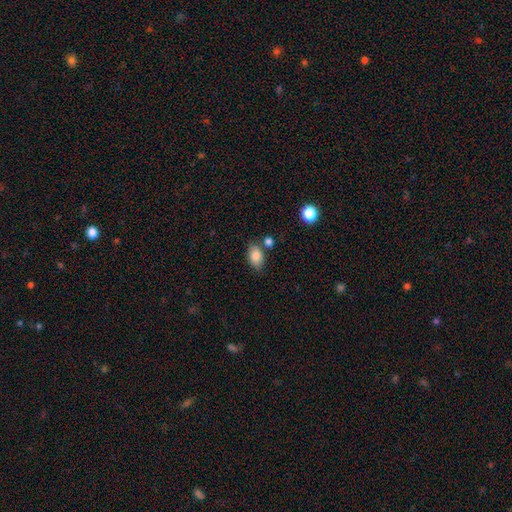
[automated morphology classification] smooth_or_featured: smooth (p=0.85) [alt: star or artifact p=0.08]
how_rounded: in between (p=0.87) [alt: round p=0.11]
merging: none (p=0.72) [alt: minor disturbance p=0.15]